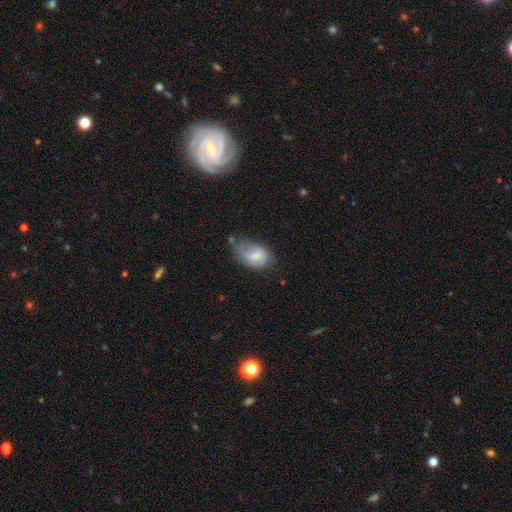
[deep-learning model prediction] Smooth or featured: smooth — 60% (featured or disk — 32%)
How rounded: in between — 88% (round — 10%)
Merging: minor disturbance — 39% (none — 34%)